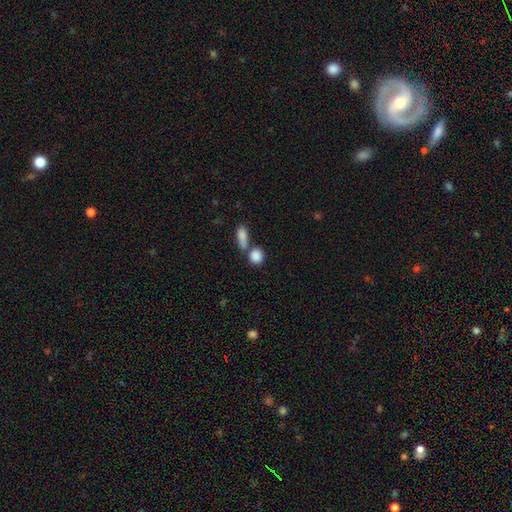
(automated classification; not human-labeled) This appears to be a smooth galaxy with no disk features (86%) that is round (68%). Merging: none (50%).